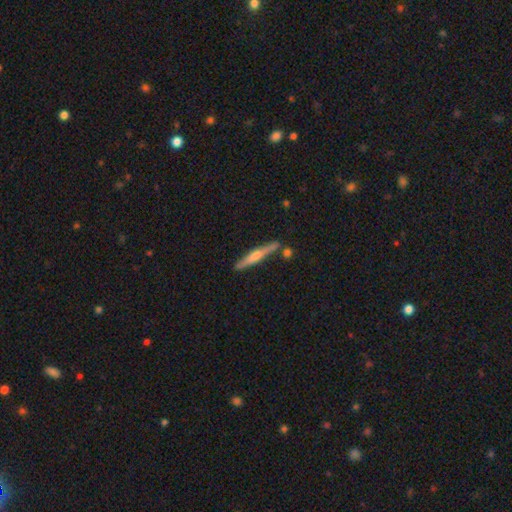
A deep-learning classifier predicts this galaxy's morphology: Smooth or featured: featured or disk — 61% (smooth — 33%)
Edge-on disk: yes — 97% (no — 3%)
Edge-on bulge: rounded — 77% (none — 12%)
Merging: none — 82% (minor disturbance — 10%)